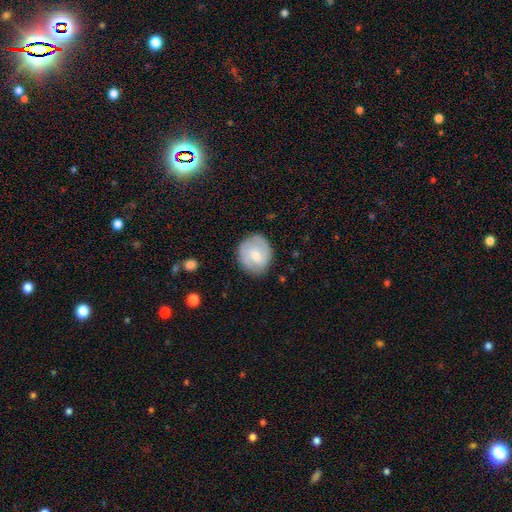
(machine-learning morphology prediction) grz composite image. It shows a featured or disk galaxy (48%). Merging: none (78%).